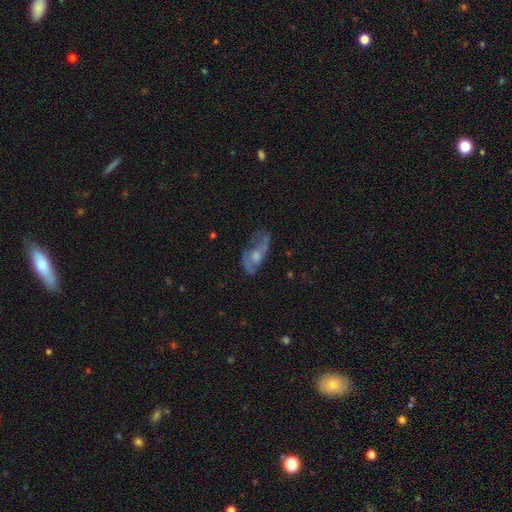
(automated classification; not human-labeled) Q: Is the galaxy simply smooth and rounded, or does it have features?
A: featured or disk — 62%.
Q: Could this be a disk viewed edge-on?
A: no — 90%.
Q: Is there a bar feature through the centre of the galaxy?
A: no — 68%.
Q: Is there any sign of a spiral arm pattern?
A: yes — 70%.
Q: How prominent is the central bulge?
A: moderate — 47%.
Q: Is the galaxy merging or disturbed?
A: none — 48%.